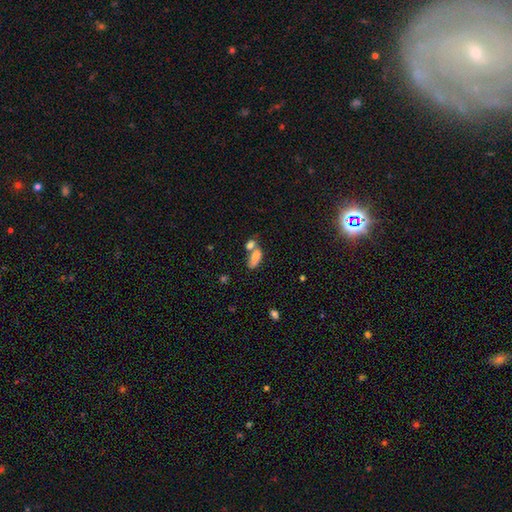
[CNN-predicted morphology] A smooth galaxy with no disk features (72%) that is in between round and cigar-shaped (84%).

Vote fractions:
- Smooth or featured? smooth: 72% / featured or disk: 20% / star or artifact: 8%
- How rounded? in between: 84% / cigar-shaped: 8% / round: 8%
- Merging? merger: 57% / none: 25% / minor disturbance: 11% / major disturbance: 7%